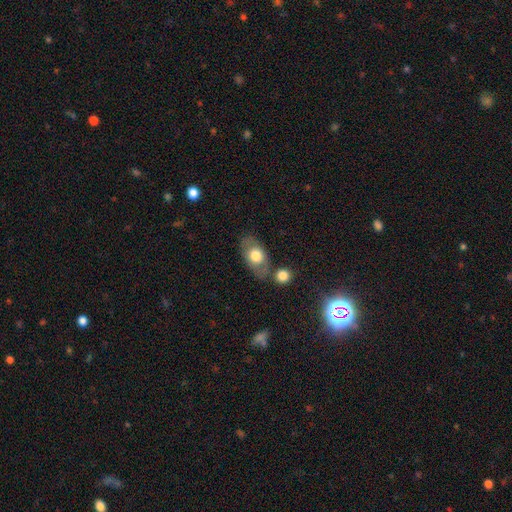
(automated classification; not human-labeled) The model was most divided on "smooth or featured": smooth: 66%, featured or disk: 27%, star or artifact: 7%. More confident: how rounded — in between (85%); merging — none (64%).